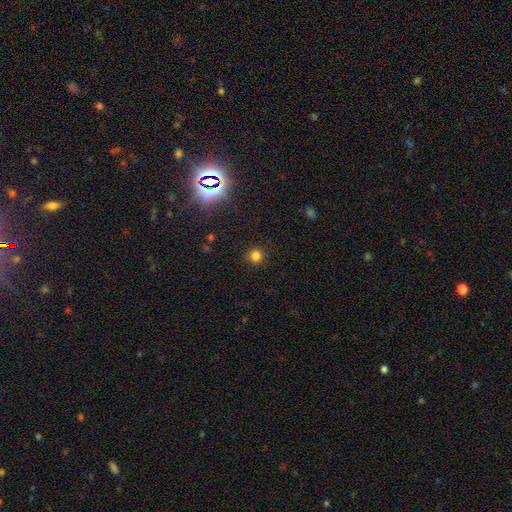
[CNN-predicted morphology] Smooth or featured?
  - smooth: 79% *
  - star or artifact: 17%
  - featured or disk: 4%
How rounded?
  - round: 92% *
  - in between: 7%
  - cigar-shaped: 1%
Merging?
  - none: 89% *
  - minor disturbance: 7%
  - major disturbance: 3%
  - merger: 1%